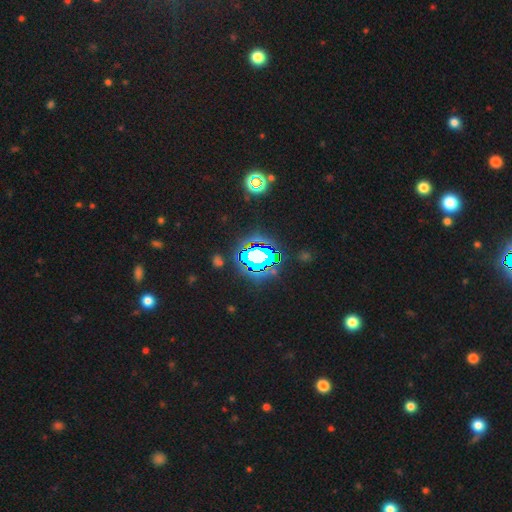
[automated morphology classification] star or artifact 66%, smooth 19%, featured or disk 15%.